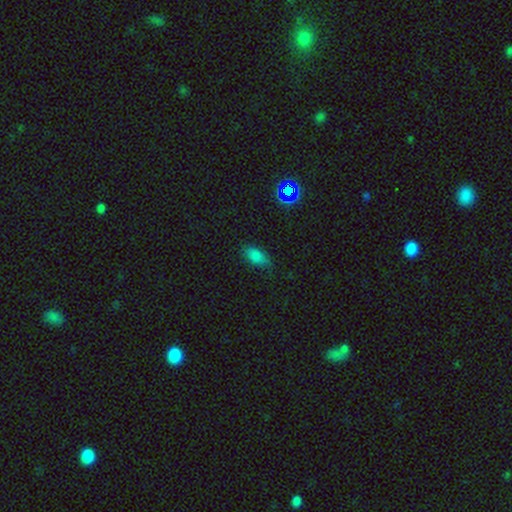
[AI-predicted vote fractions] Morphology: type=smooth (79%); roundness=in between (89%); merging=none (68%).